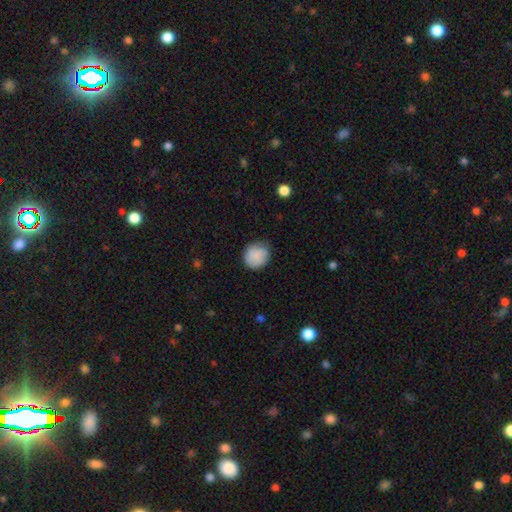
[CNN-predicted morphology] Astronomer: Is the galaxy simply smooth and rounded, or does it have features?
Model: smooth — 83%.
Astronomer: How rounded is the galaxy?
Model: round — 84%.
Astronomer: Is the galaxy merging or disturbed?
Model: none — 70%.